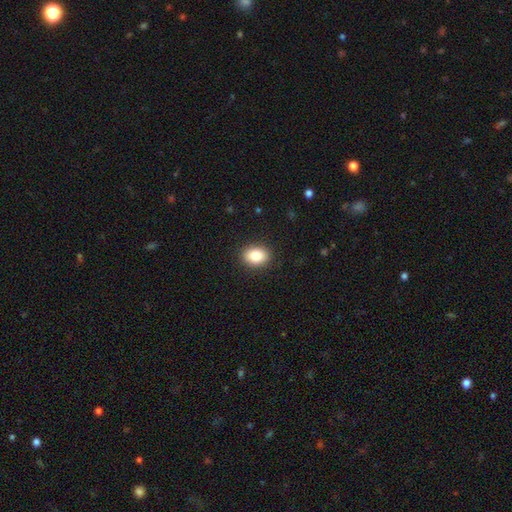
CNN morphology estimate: The model was most divided on "how rounded": in between: 68%, round: 30%, cigar-shaped: 1%. More confident: merging — none (90%); smooth or featured — smooth (85%).